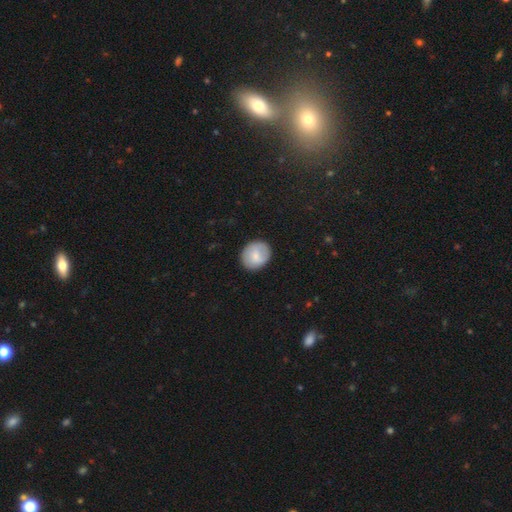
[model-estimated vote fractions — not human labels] smooth_or_featured: smooth (p=0.73) [alt: featured or disk p=0.21]
how_rounded: round (p=0.75) [alt: in between p=0.24]
merging: none (p=0.86) [alt: minor disturbance p=0.10]